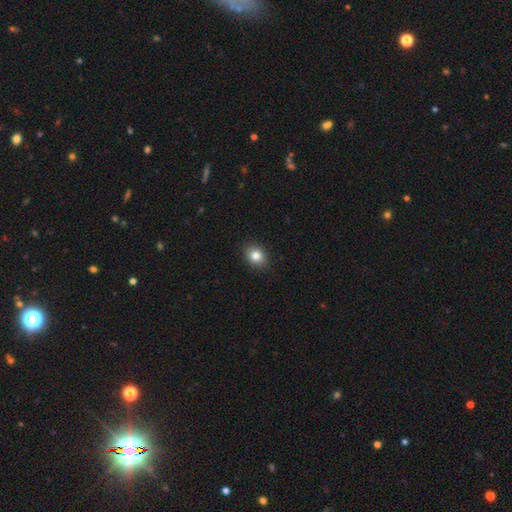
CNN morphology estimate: This appears to be a smooth galaxy with no disk features (83%) that is in between round and cigar-shaped (52%). Merging: none (90%).